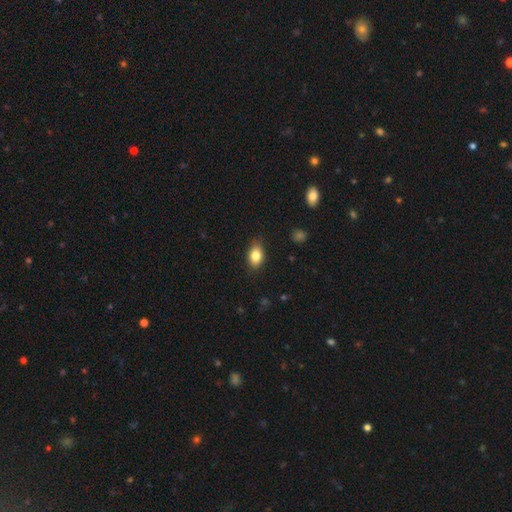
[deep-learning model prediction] A smooth galaxy with no disk features (84%) that is in between round and cigar-shaped (85%).

Vote fractions:
- Smooth or featured? smooth: 84% / featured or disk: 8% / star or artifact: 8%
- How rounded? in between: 85% / round: 12% / cigar-shaped: 2%
- Merging? none: 82% / minor disturbance: 14% / major disturbance: 3% / merger: 1%